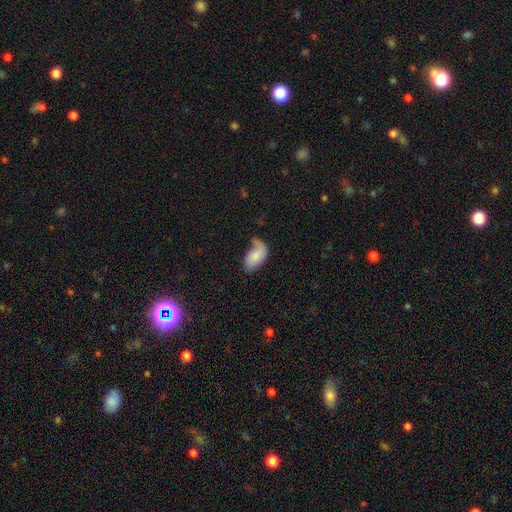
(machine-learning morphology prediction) smooth 71%, featured or disk 22%, star or artifact 7%. Down the decision tree: how rounded — in between (94%); merging — minor disturbance (34%).